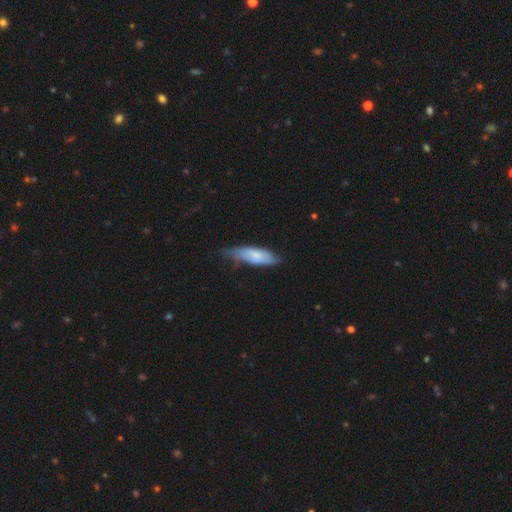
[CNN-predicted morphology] Smooth or featured? smooth (70%)
How rounded? in between (50%)
Merging? none (48%)